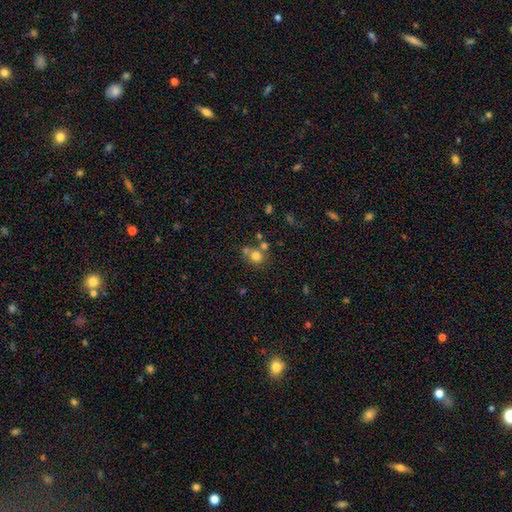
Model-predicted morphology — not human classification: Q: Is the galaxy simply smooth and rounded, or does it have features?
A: smooth — 73%.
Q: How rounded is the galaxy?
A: round — 82%.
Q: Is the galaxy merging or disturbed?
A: none — 53%.